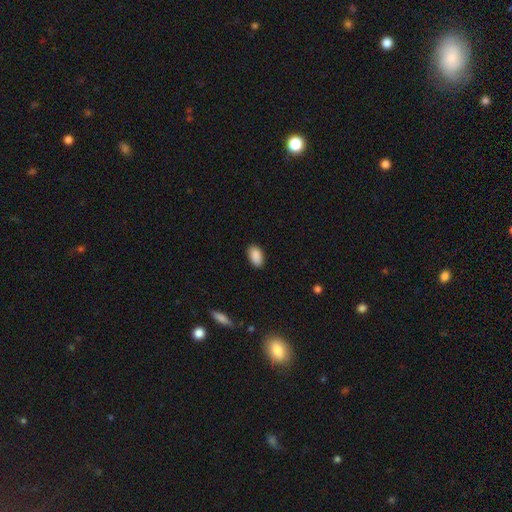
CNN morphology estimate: Smooth or featured? smooth (90%)
How rounded? in between (93%)
Merging? none (87%)